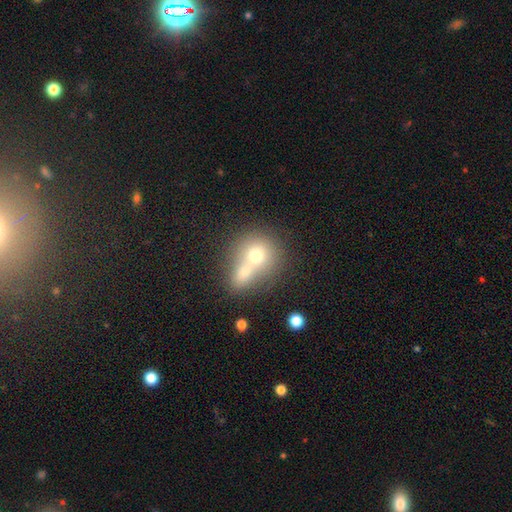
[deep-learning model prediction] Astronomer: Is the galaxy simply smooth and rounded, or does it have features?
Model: smooth — 69%.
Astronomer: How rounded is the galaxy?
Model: round — 77%.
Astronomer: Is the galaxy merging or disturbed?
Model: merger — 64%.